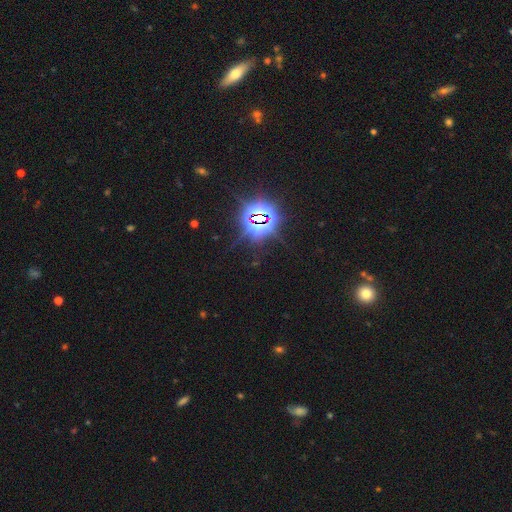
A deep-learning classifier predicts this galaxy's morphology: star or artifact 81%, smooth 11%, featured or disk 7%.